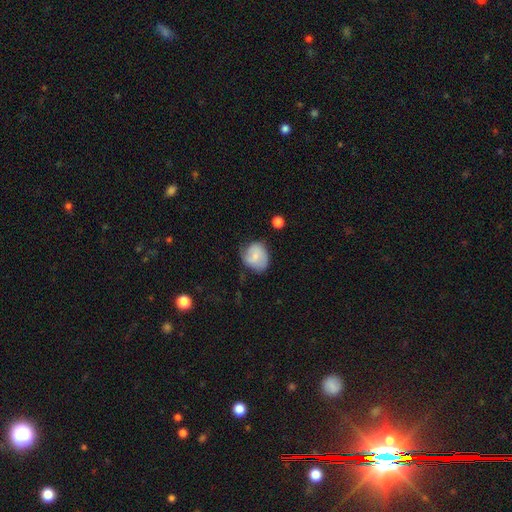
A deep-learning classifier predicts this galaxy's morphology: Smooth or featured? smooth (67%)
How rounded? round (64%)
Merging? none (55%)